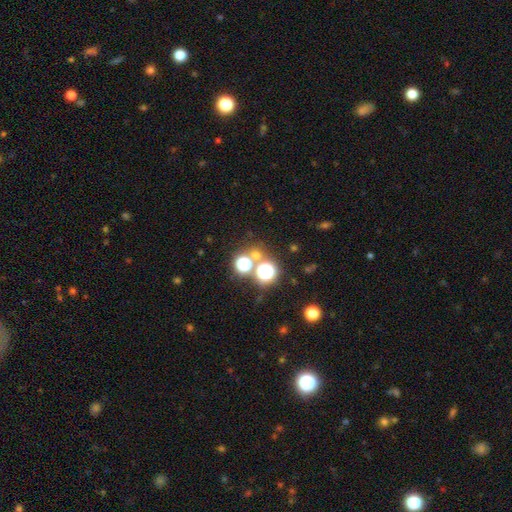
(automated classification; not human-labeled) The model was most divided on "smooth or featured": smooth: 48%, star or artifact: 43%, featured or disk: 8%. More confident: merging — none (67%).